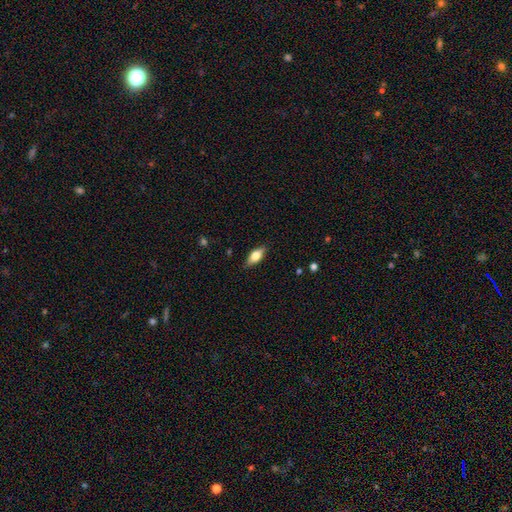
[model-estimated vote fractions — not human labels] A smooth galaxy with no disk features (66%) that is in between round and cigar-shaped (78%).

Vote fractions:
- Smooth or featured? smooth: 66% / featured or disk: 27% / star or artifact: 7%
- How rounded? in between: 78% / cigar-shaped: 19% / round: 3%
- Merging? none: 86% / minor disturbance: 11% / major disturbance: 2% / merger: 1%